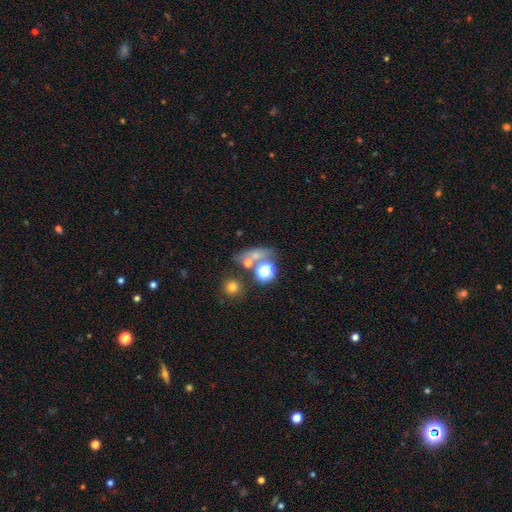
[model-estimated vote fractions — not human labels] smooth_or_featured: smooth (p=0.56) [alt: star or artifact p=0.26]
how_rounded: in between (p=0.44) [alt: round p=0.43]
merging: none (p=0.55) [alt: merger p=0.26]